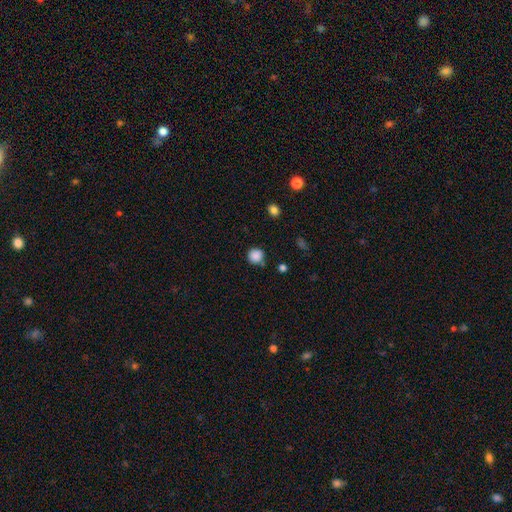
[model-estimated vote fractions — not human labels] The model was most divided on "merging": none: 81%, minor disturbance: 12%, merger: 4%, major disturbance: 3%. More confident: how rounded — round (92%); smooth or featured — smooth (87%).